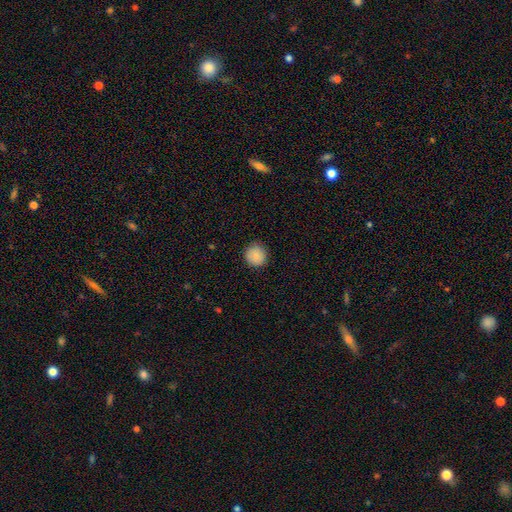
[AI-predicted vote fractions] Q: Smooth or featured?
A: smooth (84%); runner-up: star or artifact (8%)
Q: How rounded?
A: round (93%); runner-up: in between (6%)
Q: Merging?
A: none (88%); runner-up: minor disturbance (9%)